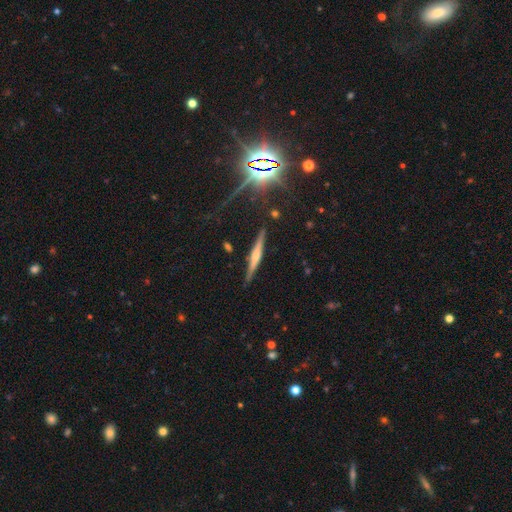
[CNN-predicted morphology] smooth-or-featured: featured or disk: 62% | smooth: 29% | star or artifact: 9%
  disk-edge-on: yes: 97% | no: 3%
    edge-on-bulge: rounded: 66% | boxy: 18% | none: 15%
  merging: none: 87% | minor disturbance: 9% | major disturbance: 2% | merger: 2%